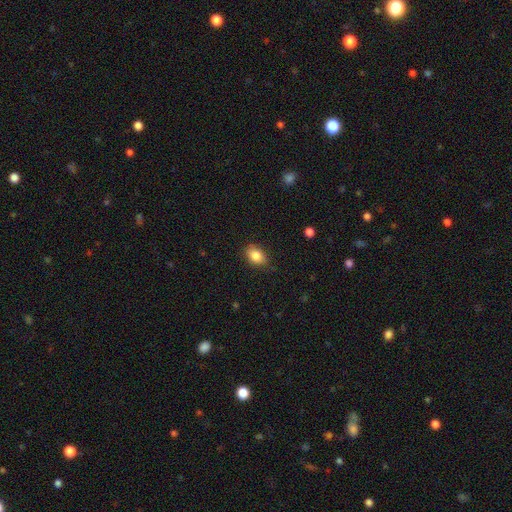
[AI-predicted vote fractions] A smooth galaxy with no disk features (85%) that is in between round and cigar-shaped (77%).

Vote fractions:
- Smooth or featured? smooth: 85% / star or artifact: 8% / featured or disk: 6%
- How rounded? in between: 77% / round: 21% / cigar-shaped: 1%
- Merging? none: 81% / minor disturbance: 15% / major disturbance: 3% / merger: 1%